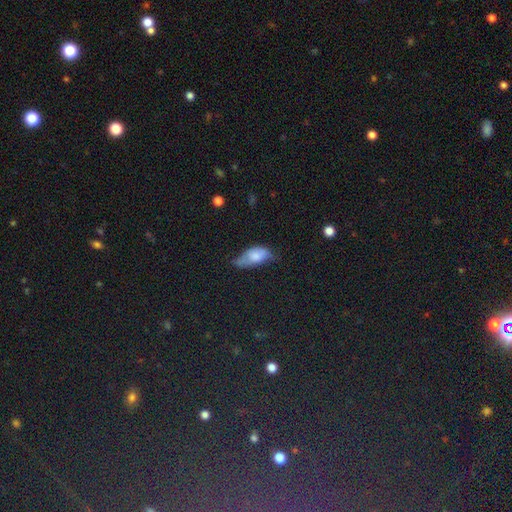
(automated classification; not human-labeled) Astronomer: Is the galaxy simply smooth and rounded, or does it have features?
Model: smooth — 71%.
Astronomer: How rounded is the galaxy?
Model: in between — 88%.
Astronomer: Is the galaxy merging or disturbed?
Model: minor disturbance — 45% (runner-up: none, 34%).